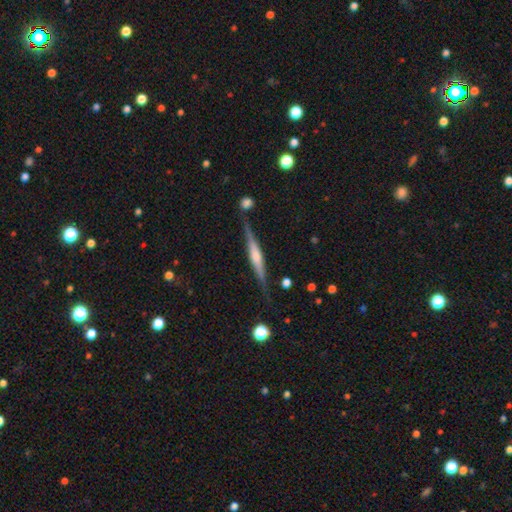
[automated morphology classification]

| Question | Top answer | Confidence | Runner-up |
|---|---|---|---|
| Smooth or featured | featured or disk | 77% | smooth (16%) |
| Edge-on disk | yes | 97% | no (3%) |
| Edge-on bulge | rounded | 64% | boxy (20%) |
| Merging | none | 85% | minor disturbance (10%) |